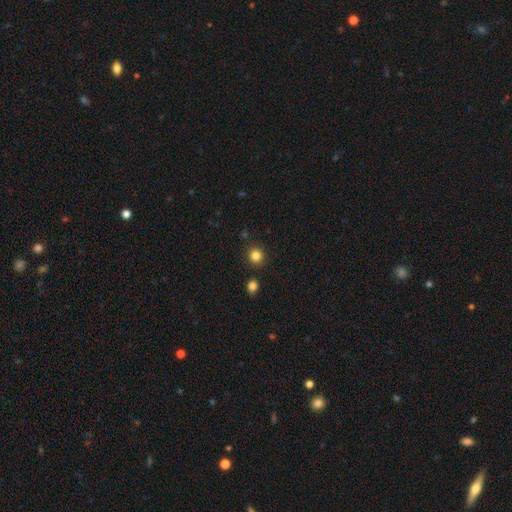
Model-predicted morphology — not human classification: smooth 84%, star or artifact 12%, featured or disk 4%. Down the decision tree: how rounded — round (91%); merging — none (88%).